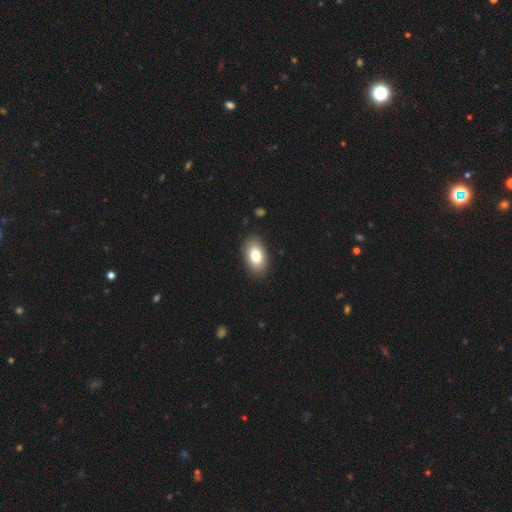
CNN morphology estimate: A smooth galaxy with no disk features (81%) that is in between round and cigar-shaped (93%).

Vote fractions:
- Smooth or featured? smooth: 81% / featured or disk: 11% / star or artifact: 7%
- How rounded? in between: 93% / round: 5% / cigar-shaped: 2%
- Merging? none: 87% / minor disturbance: 9% / major disturbance: 2% / merger: 1%